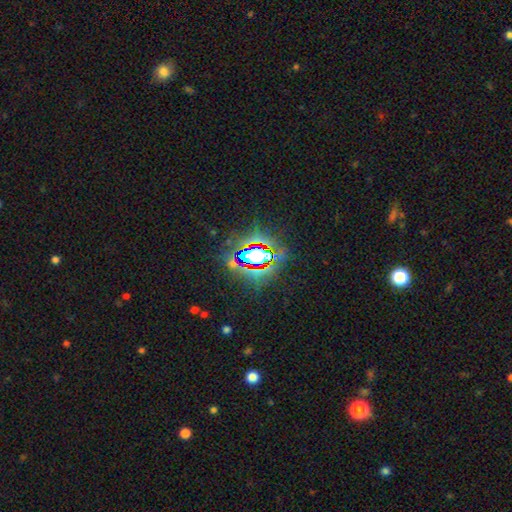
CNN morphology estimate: A star or artifact, not a galaxy (71%).